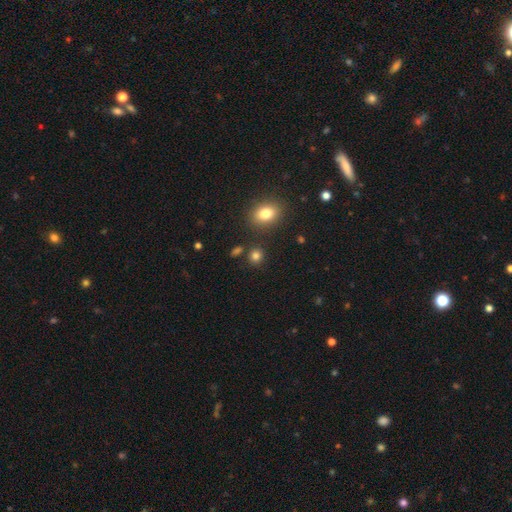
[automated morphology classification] Q: Smooth or featured?
A: smooth (82%); runner-up: star or artifact (13%)
Q: How rounded?
A: round (79%); runner-up: in between (19%)
Q: Merging?
A: none (84%); runner-up: minor disturbance (8%)